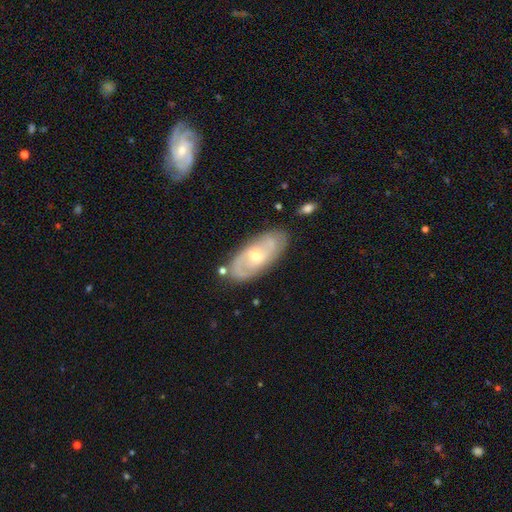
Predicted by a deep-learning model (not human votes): The model was most divided on "bulge size": small: 49%, moderate: 48%, large: 1%, none: 1%, dominant: 1%. Remaining: edge-on disk — no (92%); spiral arms — yes (88%); merging — none (78%); smooth or featured — featured or disk (77%); spiral arm count — 2 (62%); bar — no (58%); spiral winding — tight (44%).